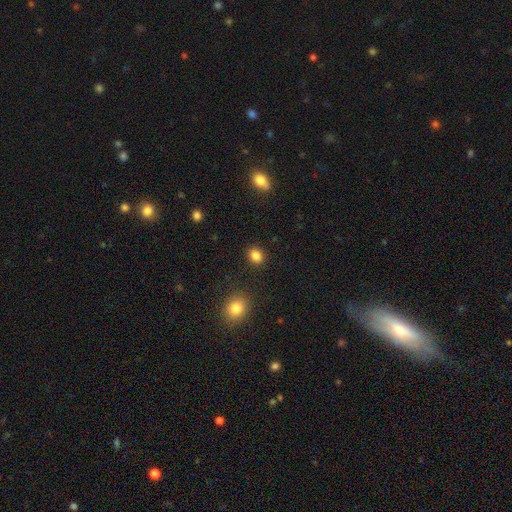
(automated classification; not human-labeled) smooth-or-featured: smooth: 85% | star or artifact: 11% | featured or disk: 4%
  how-rounded: round: 56% | in between: 43% | cigar-shaped: 1%
  merging: none: 89% | minor disturbance: 7% | major disturbance: 2% | merger: 2%